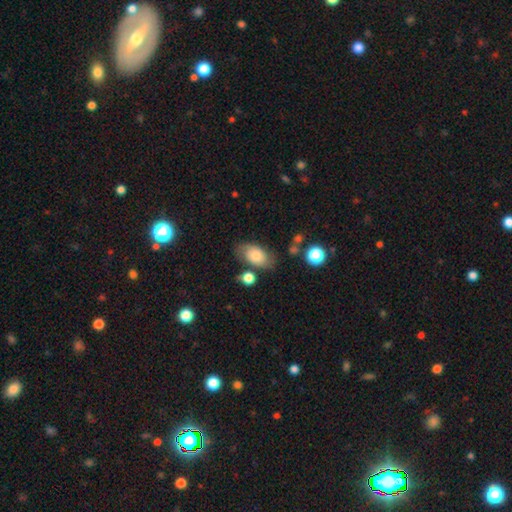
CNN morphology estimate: Smooth or featured? Predicted: smooth (p=0.72). How rounded? Predicted: in between (p=0.90). Merging? Predicted: none (p=0.66).